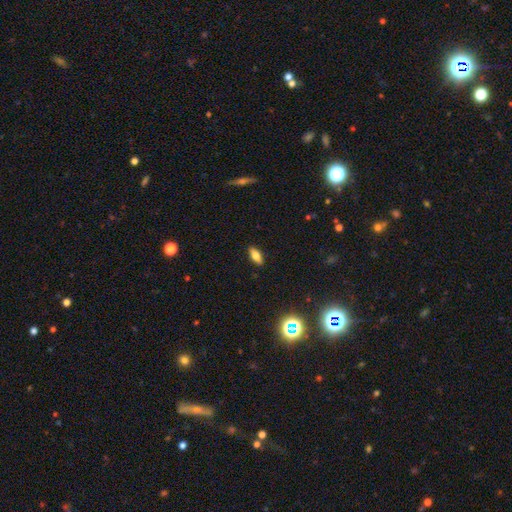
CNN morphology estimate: A smooth galaxy with no disk features (70%) that is in between round and cigar-shaped (77%). Merging: none (89%).